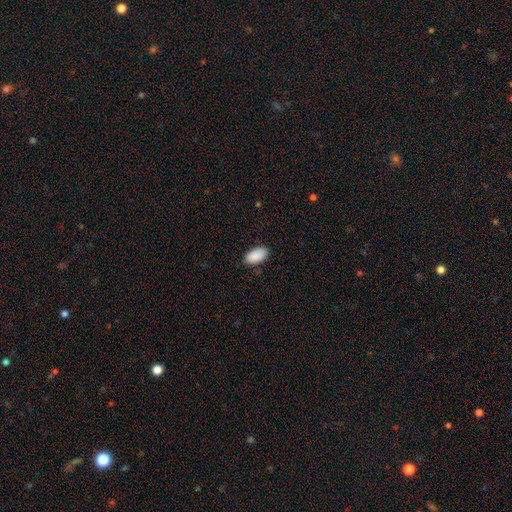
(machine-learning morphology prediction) The model was most divided on "merging": none: 83%, minor disturbance: 13%, major disturbance: 2%, merger: 1%. More confident: how rounded — in between (95%); smooth or featured — smooth (90%).